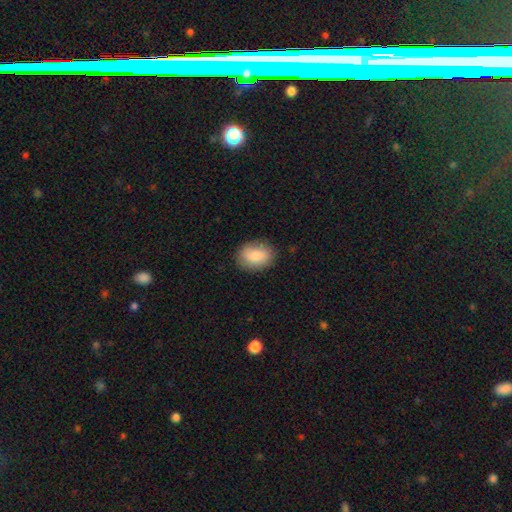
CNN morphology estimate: Smooth or featured?
  - smooth: 81% *
  - featured or disk: 12%
  - star or artifact: 7%
How rounded?
  - in between: 69% *
  - round: 30%
  - cigar-shaped: 1%
Merging?
  - none: 84% *
  - minor disturbance: 12%
  - major disturbance: 3%
  - merger: 1%